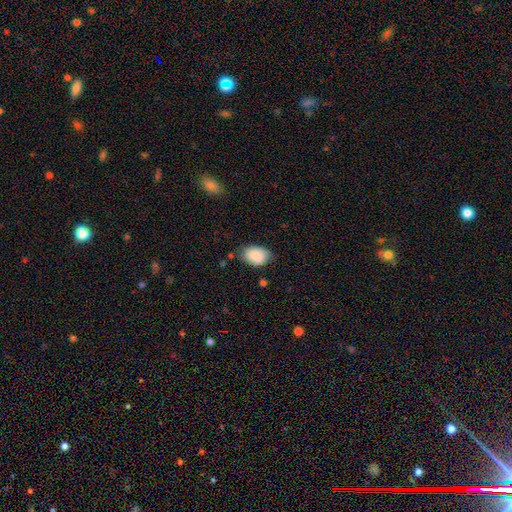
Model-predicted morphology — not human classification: Smooth or featured: smooth — 87% (star or artifact — 7%)
How rounded: in between — 86% (round — 13%)
Merging: none — 69% (minor disturbance — 25%)